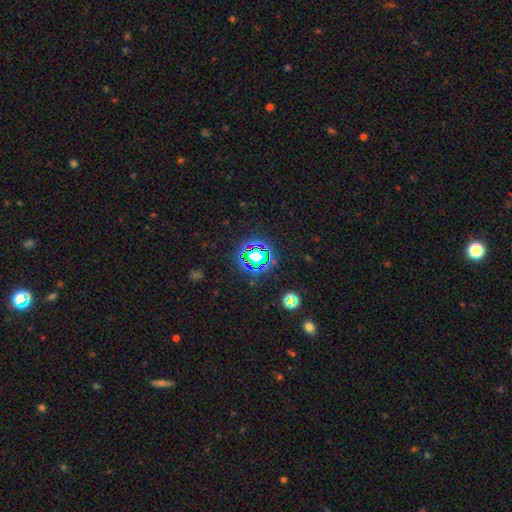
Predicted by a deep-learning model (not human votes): Smooth or featured?
  - star or artifact: 71% *
  - smooth: 18%
  - featured or disk: 11%